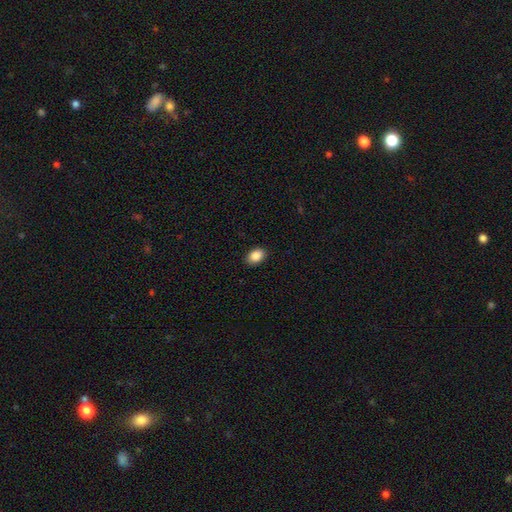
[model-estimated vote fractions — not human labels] This is clearly a smooth galaxy (89%). How rounded: clearly in between (81%). Merging: clearly none (89%).